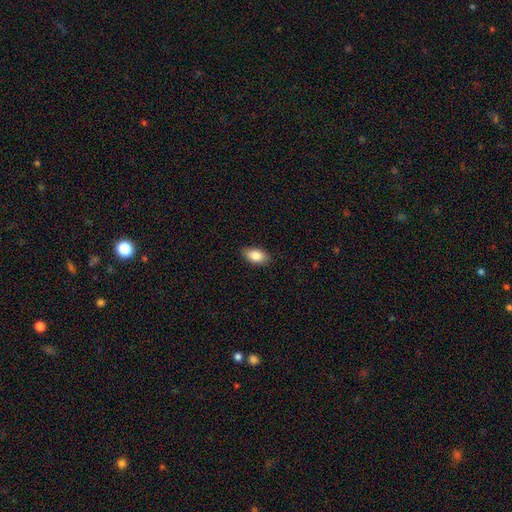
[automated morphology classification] Smooth or featured? smooth (86%)
How rounded? in between (92%)
Merging? none (87%)